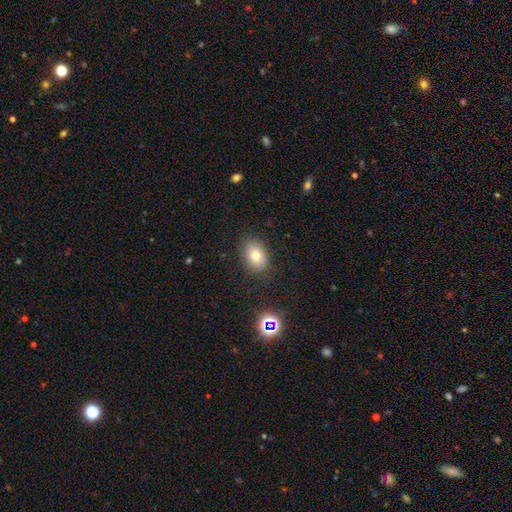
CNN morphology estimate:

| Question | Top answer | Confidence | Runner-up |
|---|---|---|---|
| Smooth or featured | smooth | 75% | star or artifact (13%) |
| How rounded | in between | 78% | round (21%) |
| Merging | none | 83% | minor disturbance (12%) |